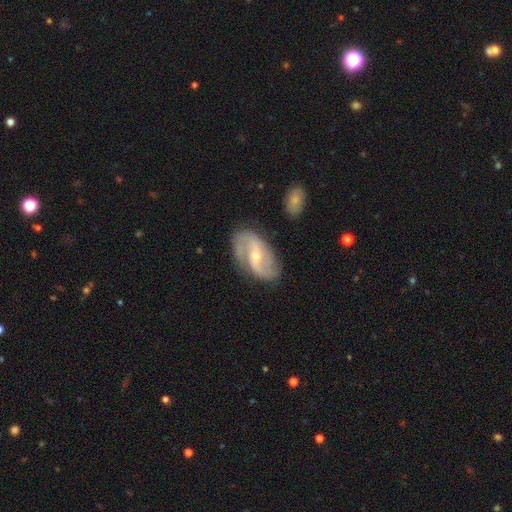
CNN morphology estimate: This is clearly a featured or disk galaxy (87%). It is clearly not viewed edge-on (96%). Bar: marginally weak (45%). Spiral arm pattern: clearly yes (95%). Spiral arm count: clearly 2 (83%). Spiral winding: marginally medium (43%). Central bulge: possibly small (59%). Merging: likely none (76%).